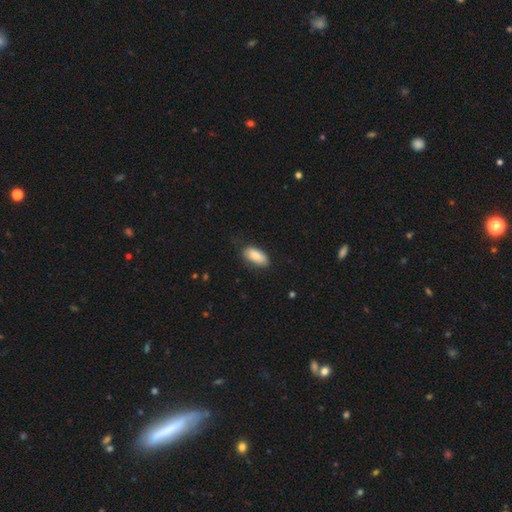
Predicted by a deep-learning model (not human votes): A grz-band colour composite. It shows a smooth galaxy with no disk features (82%) that is in between round and cigar-shaped (90%). Merging: none (75%).